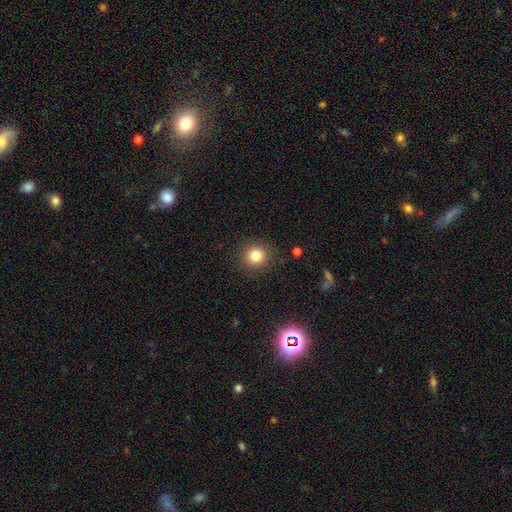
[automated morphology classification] Q: Smooth or featured?
A: smooth (82%); runner-up: star or artifact (12%)
Q: How rounded?
A: round (91%); runner-up: in between (8%)
Q: Merging?
A: none (89%); runner-up: minor disturbance (7%)